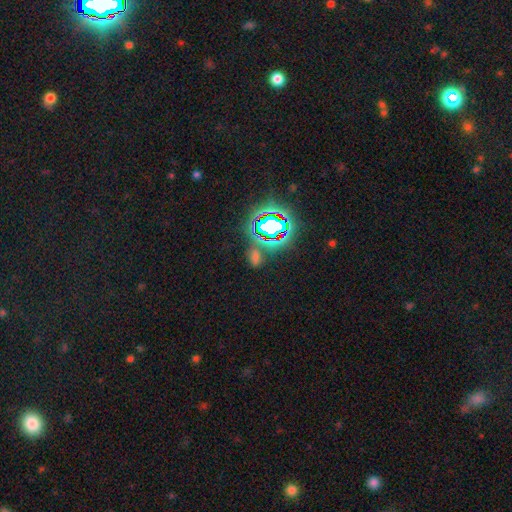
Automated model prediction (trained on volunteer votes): Smooth or featured?
  - star or artifact: 55% *
  - smooth: 34%
  - featured or disk: 11%